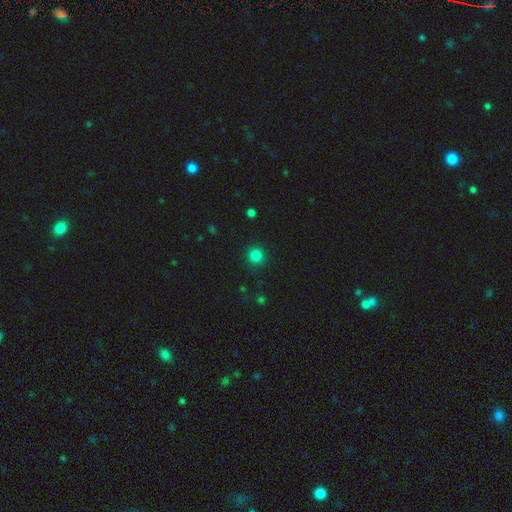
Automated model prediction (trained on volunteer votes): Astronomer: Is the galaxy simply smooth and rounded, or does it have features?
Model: smooth — 83%.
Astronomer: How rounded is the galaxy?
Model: round — 95%.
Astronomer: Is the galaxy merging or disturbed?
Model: none — 91%.